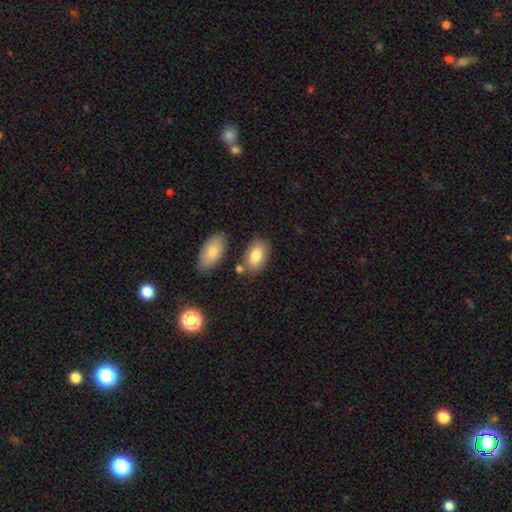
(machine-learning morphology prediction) smooth_or_featured: smooth (p=0.82) [alt: featured or disk p=0.12]
how_rounded: in between (p=0.92) [alt: round p=0.06]
merging: none (p=0.70) [alt: minor disturbance p=0.15]